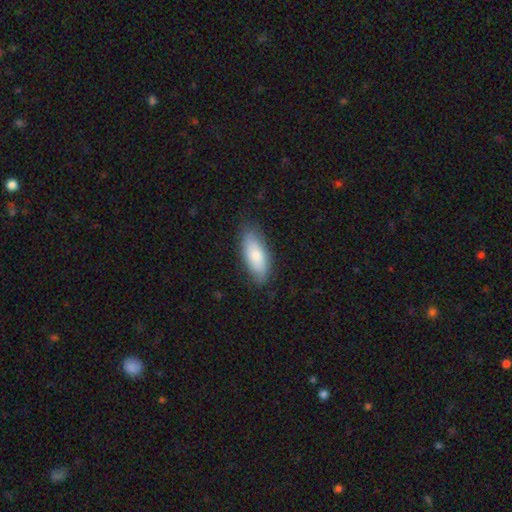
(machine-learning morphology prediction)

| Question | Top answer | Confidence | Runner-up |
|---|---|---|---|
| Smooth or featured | smooth | 76% | featured or disk (18%) |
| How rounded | in between | 79% | cigar-shaped (18%) |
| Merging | none | 80% | minor disturbance (16%) |